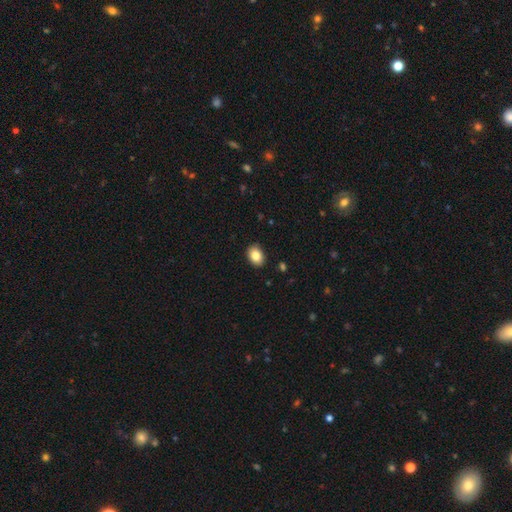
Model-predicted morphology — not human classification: Smooth or featured?
  - smooth: 84% *
  - star or artifact: 8%
  - featured or disk: 8%
How rounded?
  - in between: 74% *
  - round: 25%
  - cigar-shaped: 1%
Merging?
  - none: 88% *
  - minor disturbance: 9%
  - major disturbance: 2%
  - merger: 1%